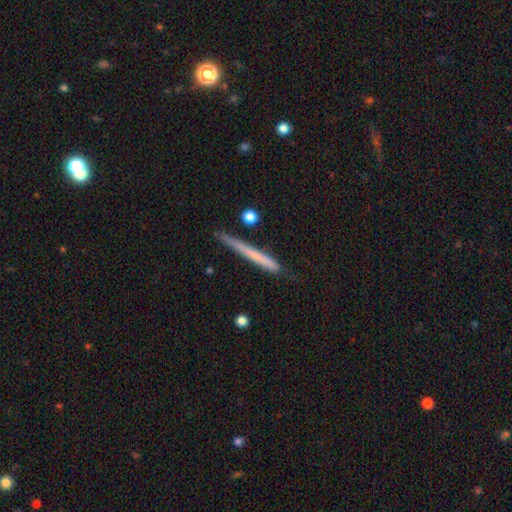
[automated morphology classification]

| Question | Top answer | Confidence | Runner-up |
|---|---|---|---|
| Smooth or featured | smooth | 58% | featured or disk (35%) |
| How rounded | cigar-shaped | 97% | in between (2%) |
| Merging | none | 73% | minor disturbance (20%) |